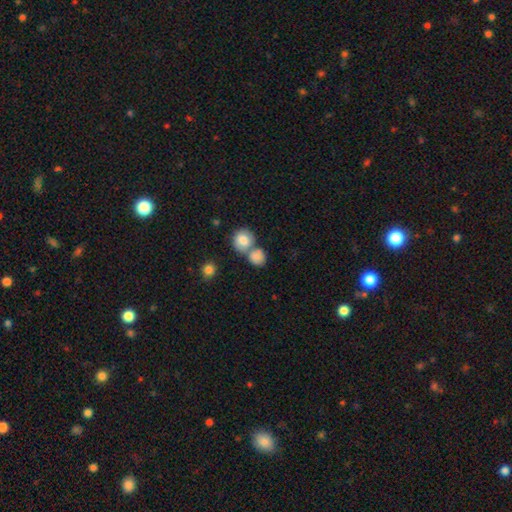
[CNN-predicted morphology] Smooth or featured: smooth — 82% (star or artifact — 9%)
How rounded: round — 79% (in between — 20%)
Merging: merger — 49% (none — 39%)